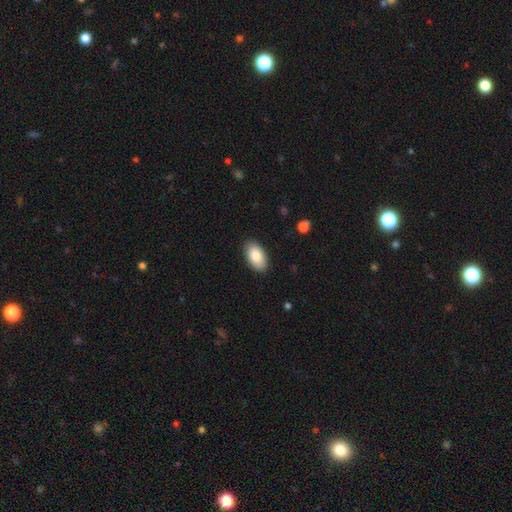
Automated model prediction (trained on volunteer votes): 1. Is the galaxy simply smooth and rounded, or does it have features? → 85% smooth, 9% featured or disk, 6% star or artifact.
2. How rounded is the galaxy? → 95% in between, 4% round, 2% cigar-shaped.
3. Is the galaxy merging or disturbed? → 88% none, 9% minor disturbance, 2% major disturbance, 1% merger.